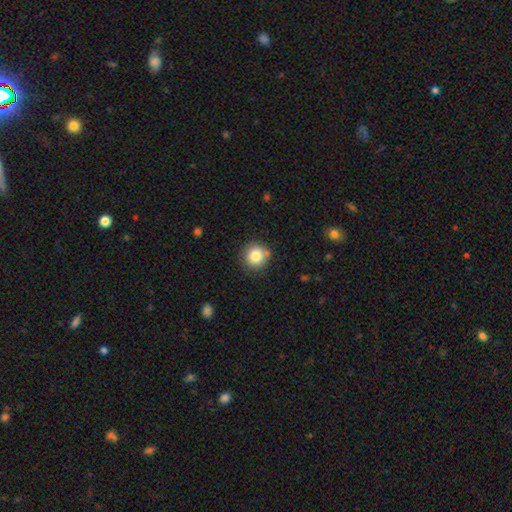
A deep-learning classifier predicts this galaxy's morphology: smooth-or-featured: smooth: 83% | star or artifact: 10% | featured or disk: 7%
  how-rounded: round: 93% | in between: 6% | cigar-shaped: 1%
  merging: none: 83% | minor disturbance: 11% | merger: 3% | major disturbance: 3%